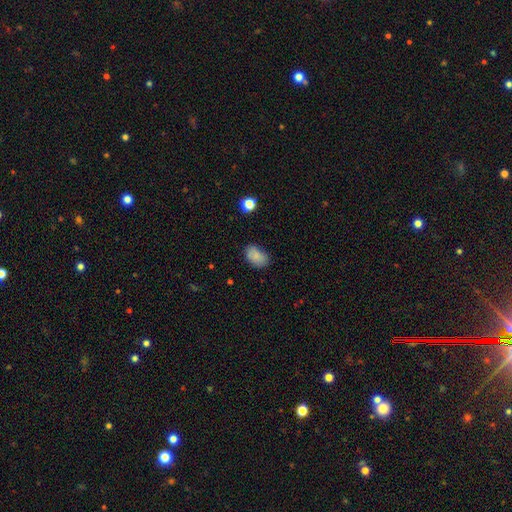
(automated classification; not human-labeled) Smooth or featured?
  - smooth: 83% *
  - star or artifact: 9%
  - featured or disk: 8%
How rounded?
  - in between: 89% *
  - round: 10%
  - cigar-shaped: 1%
Merging?
  - none: 71% *
  - minor disturbance: 22%
  - major disturbance: 5%
  - merger: 3%